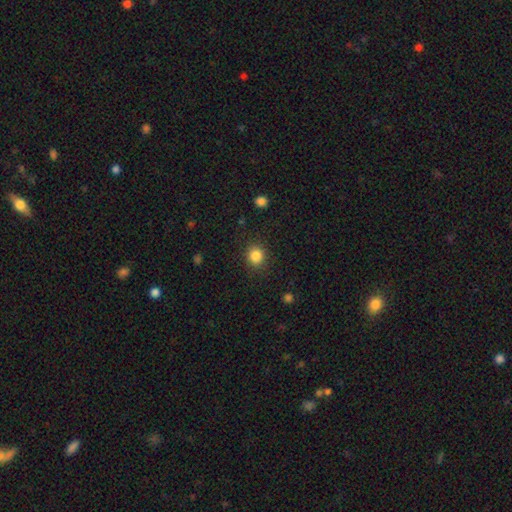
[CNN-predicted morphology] A smooth galaxy with no disk features (85%) that is round (85%). Merging: none (87%).